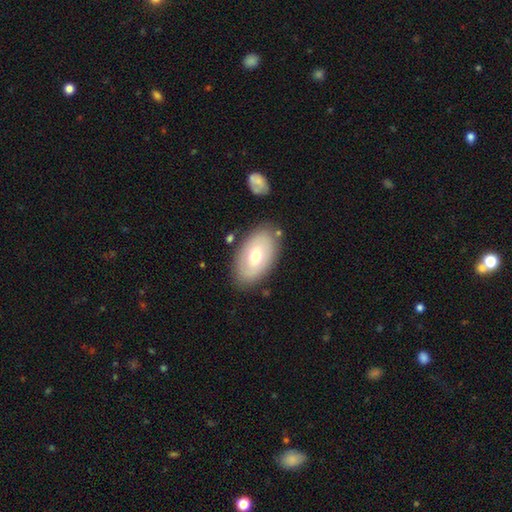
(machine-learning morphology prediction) This is possibly a smooth galaxy (56%). How rounded: clearly in between (91%). Merging: likely none (79%).